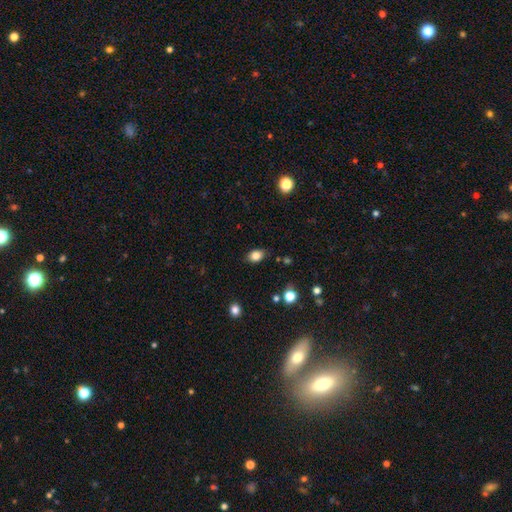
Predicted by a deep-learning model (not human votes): Smooth or featured? smooth (83%)
How rounded? in between (73%)
Merging? none (80%)